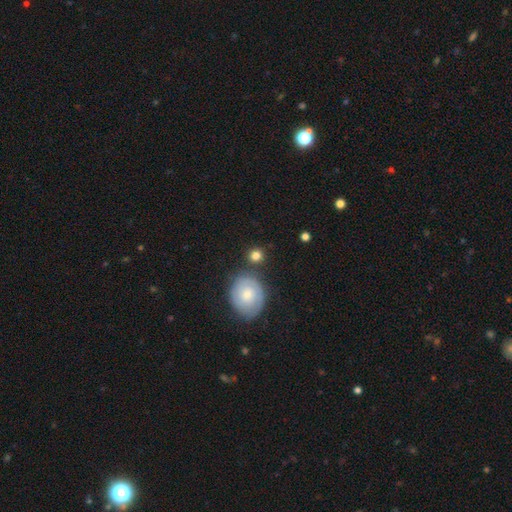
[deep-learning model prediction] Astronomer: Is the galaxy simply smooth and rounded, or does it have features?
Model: smooth — 78%.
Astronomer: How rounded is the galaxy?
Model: round — 85%.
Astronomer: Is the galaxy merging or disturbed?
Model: none — 78%.